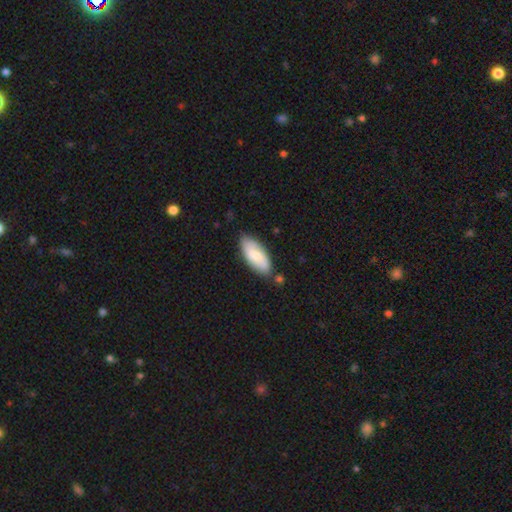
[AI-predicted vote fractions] smooth-or-featured: smooth: 69% | featured or disk: 26% | star or artifact: 6%
  how-rounded: in between: 85% | cigar-shaped: 13% | round: 2%
  merging: none: 75% | minor disturbance: 18% | merger: 5% | major disturbance: 3%